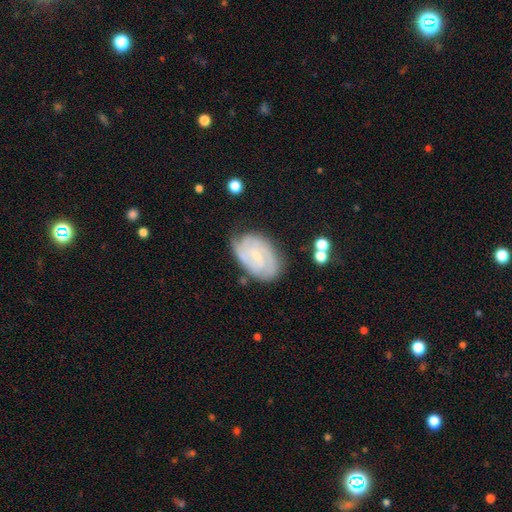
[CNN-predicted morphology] type=featured or disk (76%); edge-on=no (97%); bar=no (55%); spiral arms=yes (92%); winding=tight (62%); arm count=2 (42%); bulge=small (78%); merging=none (68%).